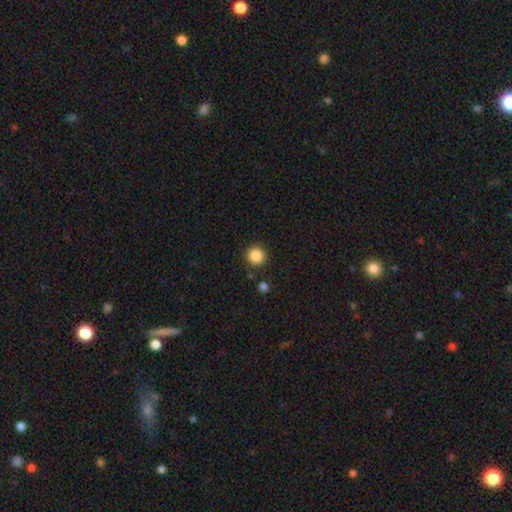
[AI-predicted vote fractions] This appears to be a smooth galaxy with no disk features (87%) that is round (94%). Merging: none (88%).